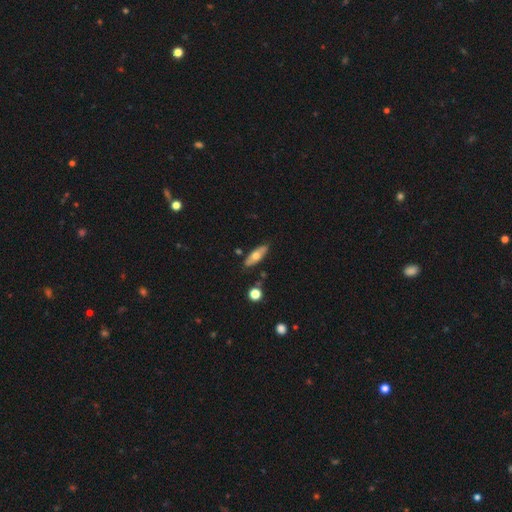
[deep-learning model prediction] The model was most divided on "smooth or featured": smooth: 54%, featured or disk: 39%, star or artifact: 6%. More confident: merging — none (83%); how rounded — in between (61%).